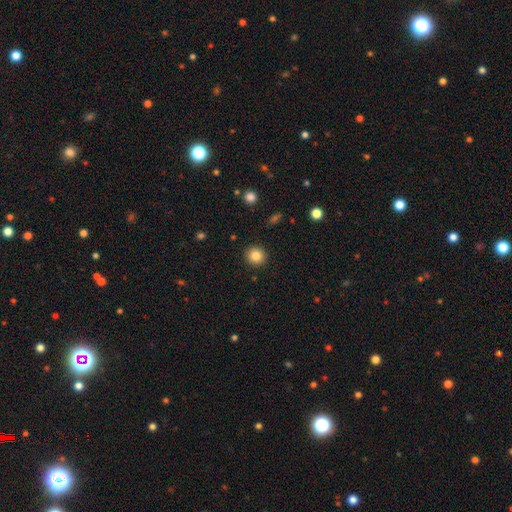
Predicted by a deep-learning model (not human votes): Overall: smooth (84%). How rounded: round (91%). Merging: none (92%).